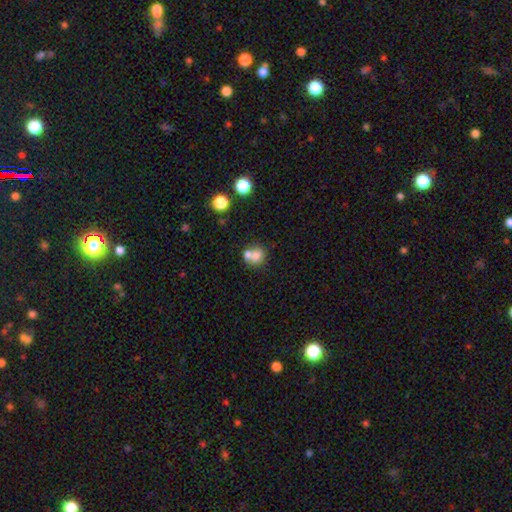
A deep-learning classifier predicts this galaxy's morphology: Smooth or featured: smooth — 72% (featured or disk — 16%)
How rounded: round — 78% (in between — 21%)
Merging: merger — 51% (none — 38%)